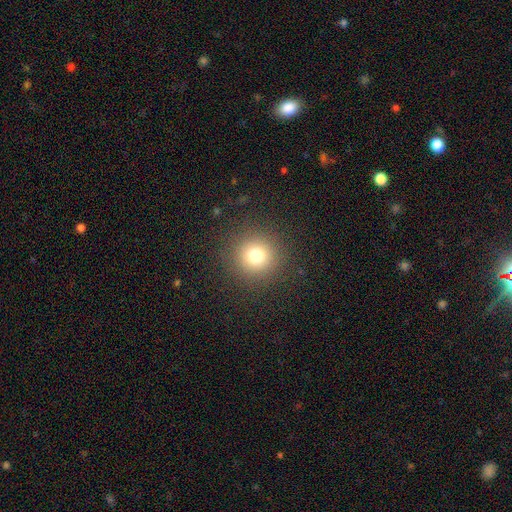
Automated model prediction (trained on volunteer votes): Overall: smooth (75%). How rounded: round (95%). Merging: none (90%).